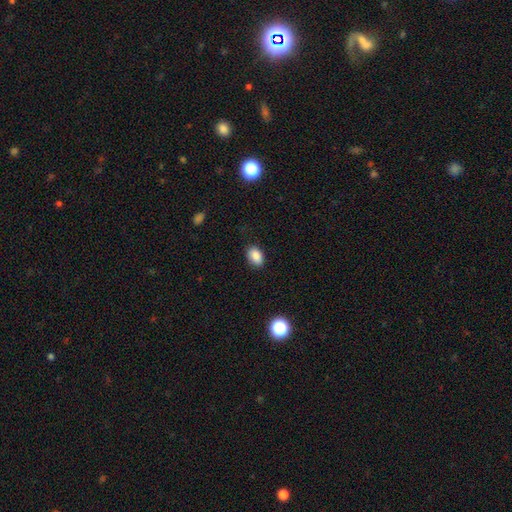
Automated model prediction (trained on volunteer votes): This appears to be a smooth galaxy with no disk features (86%) that is in between round and cigar-shaped (85%). Merging: none (86%).